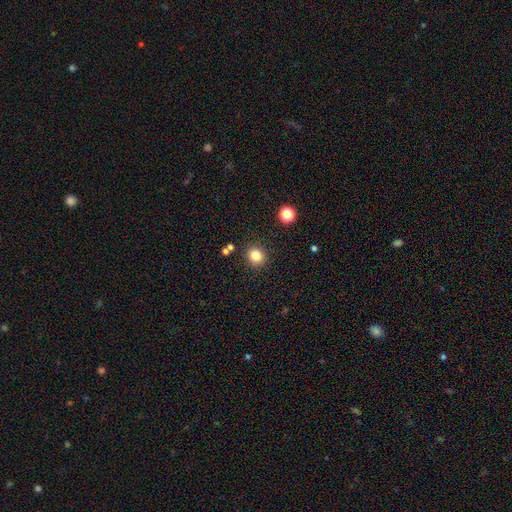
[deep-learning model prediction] Smooth or featured? Predicted: smooth (p=0.83). How rounded? Predicted: round (p=0.84). Merging? Predicted: none (p=0.88).